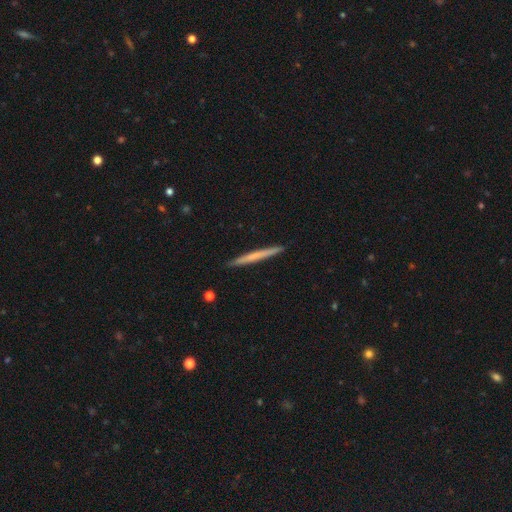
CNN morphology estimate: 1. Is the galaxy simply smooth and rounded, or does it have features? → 54% smooth, 41% featured or disk, 5% star or artifact.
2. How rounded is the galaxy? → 97% cigar-shaped, 2% in between, 1% round.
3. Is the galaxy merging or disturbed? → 92% none, 5% minor disturbance, 1% major disturbance, 1% merger.